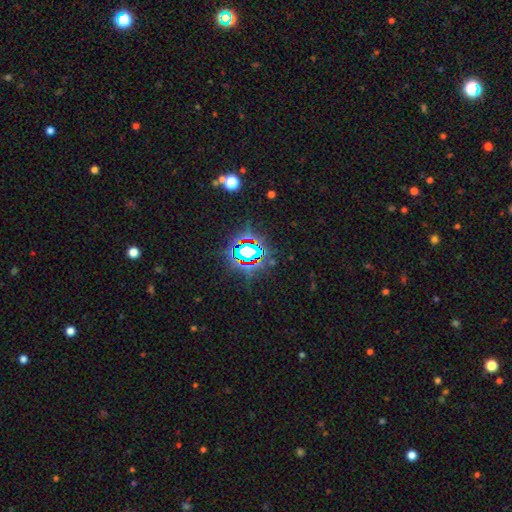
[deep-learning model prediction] Smooth or featured?
  - star or artifact: 78% *
  - smooth: 13%
  - featured or disk: 9%